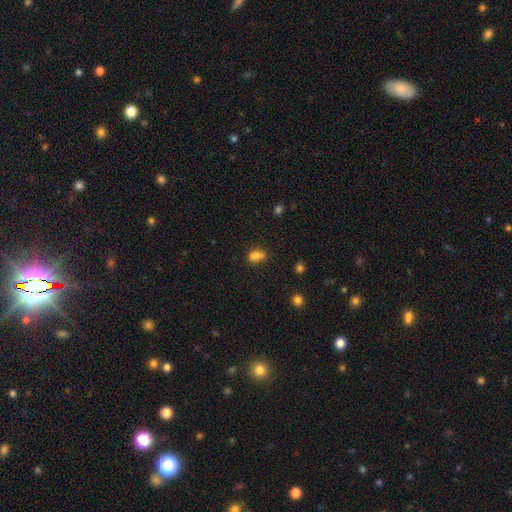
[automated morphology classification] Q: Smooth or featured?
A: smooth (77%); runner-up: star or artifact (13%)
Q: How rounded?
A: in between (74%); runner-up: round (21%)
Q: Merging?
A: none (52%); runner-up: merger (23%)